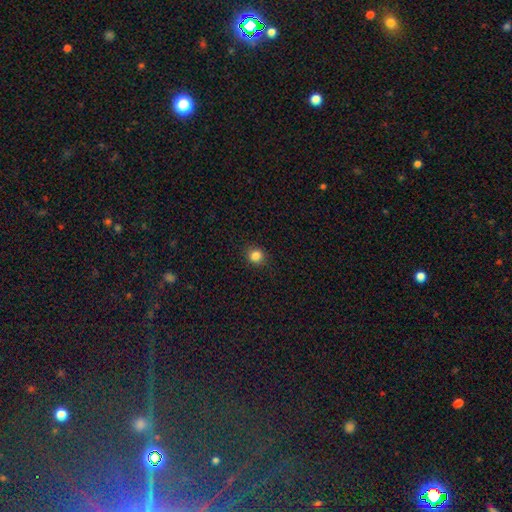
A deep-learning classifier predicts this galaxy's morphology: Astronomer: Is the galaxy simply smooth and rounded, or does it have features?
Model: smooth — 84%.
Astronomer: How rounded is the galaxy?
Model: round — 85%.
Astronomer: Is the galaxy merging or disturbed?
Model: none — 90%.